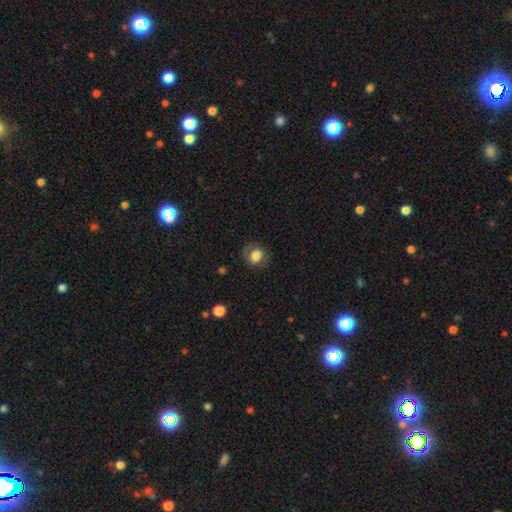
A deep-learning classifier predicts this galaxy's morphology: smooth_or_featured: smooth (p=0.73) [alt: featured or disk p=0.18]
how_rounded: round (p=0.66) [alt: in between p=0.33]
merging: none (p=0.73) [alt: minor disturbance p=0.18]